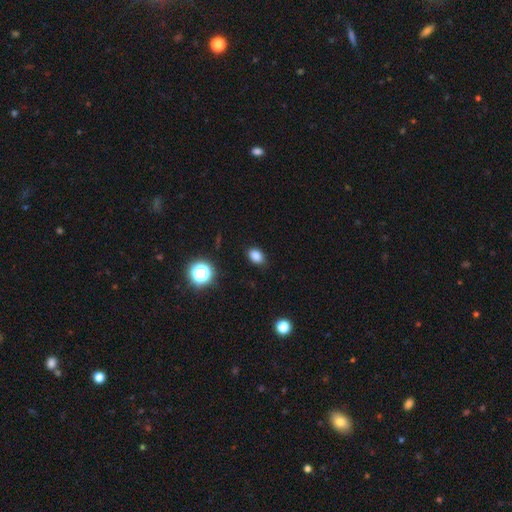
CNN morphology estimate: Smooth or featured? Predicted: smooth (p=0.83). How rounded? Predicted: in between (p=0.76). Merging? Predicted: none (p=0.87).